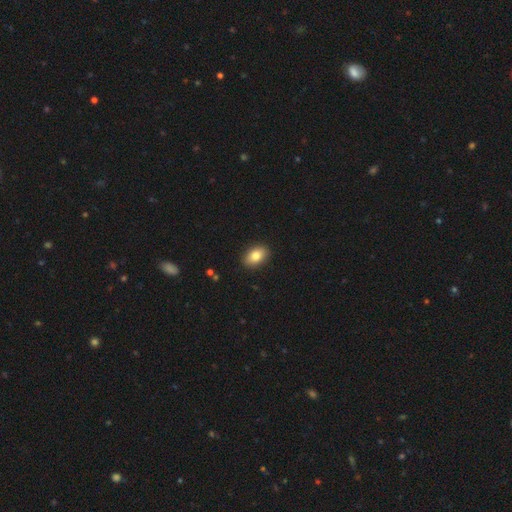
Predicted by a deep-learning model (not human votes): Smooth or featured? Predicted: smooth (p=0.82). How rounded? Predicted: in between (p=0.86). Merging? Predicted: none (p=0.90).